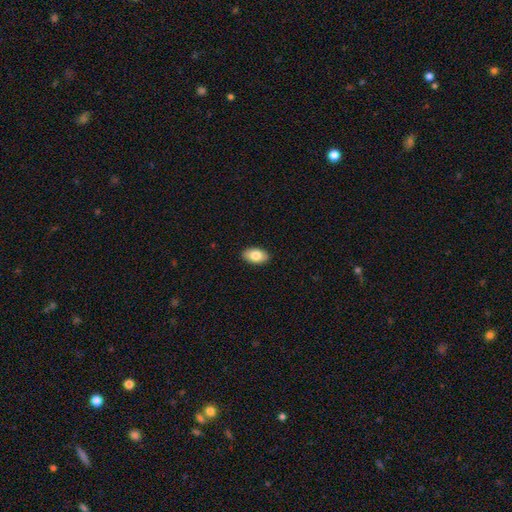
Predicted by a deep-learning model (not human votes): The model was most divided on "smooth or featured": smooth: 81%, featured or disk: 12%, star or artifact: 7%. More confident: how rounded — in between (93%); merging — none (90%).